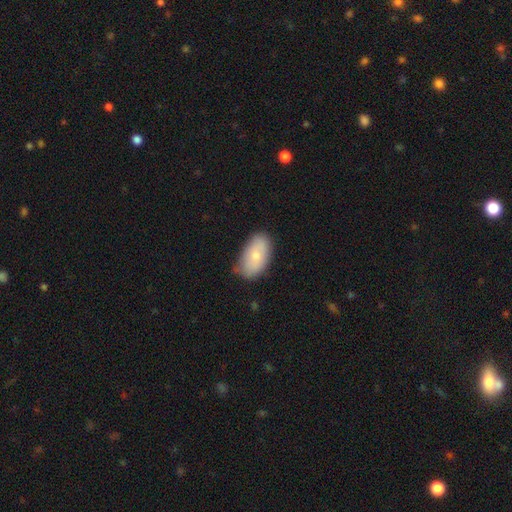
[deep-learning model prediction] This appears to be a smooth galaxy with no disk features (73%) that is in between round and cigar-shaped (93%). Merging: none (69%).